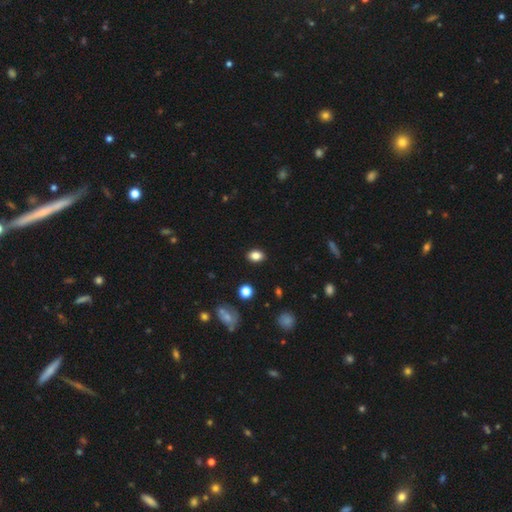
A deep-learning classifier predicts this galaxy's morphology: Smooth or featured?
  - smooth: 83% *
  - star or artifact: 10%
  - featured or disk: 7%
How rounded?
  - in between: 78% *
  - round: 21%
  - cigar-shaped: 2%
Merging?
  - none: 88% *
  - minor disturbance: 9%
  - major disturbance: 2%
  - merger: 1%